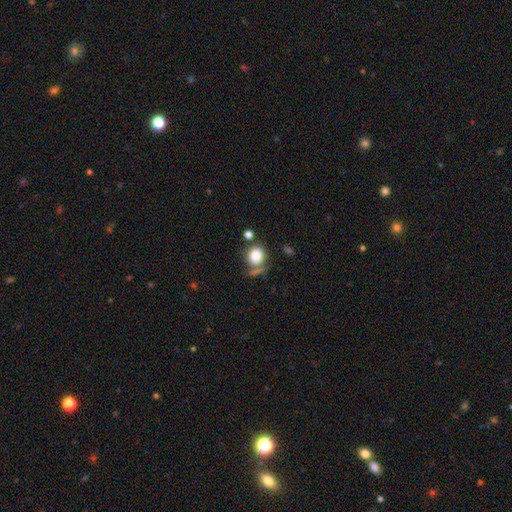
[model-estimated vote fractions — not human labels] Smooth or featured? Predicted: smooth (p=0.83). How rounded? Predicted: round (p=0.73). Merging? Predicted: none (p=0.58).